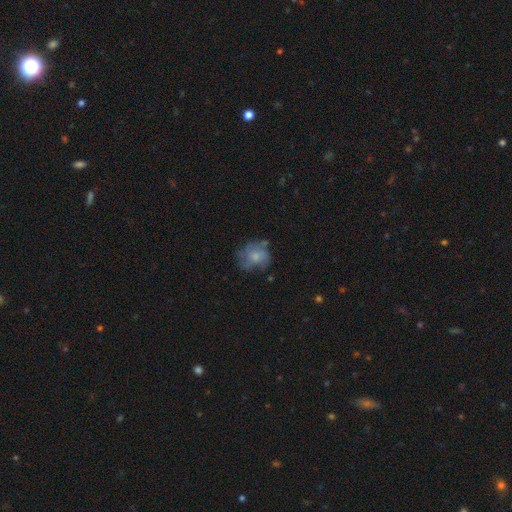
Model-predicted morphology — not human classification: The model was most divided on "smooth or featured": smooth: 50%, featured or disk: 41%, star or artifact: 9%. More confident: merging — none (54%).